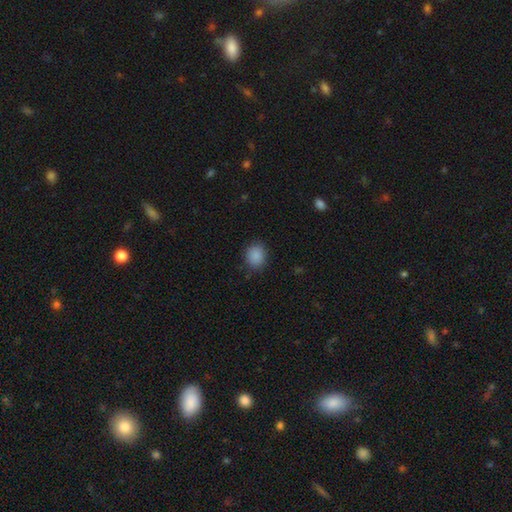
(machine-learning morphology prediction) The model was most divided on "how rounded": round: 66%, in between: 33%, cigar-shaped: 1%. More confident: smooth or featured — smooth (88%); merging — none (85%).